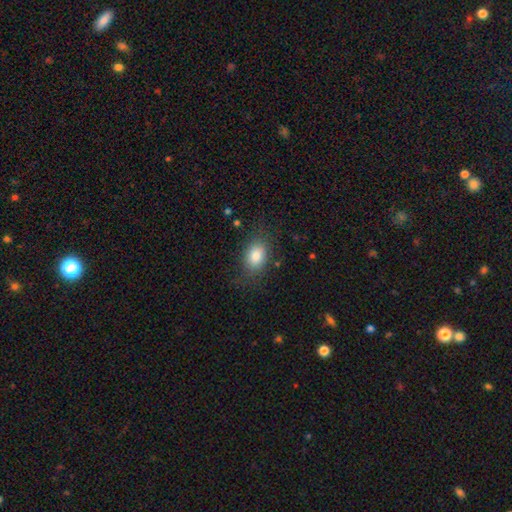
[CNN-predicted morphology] smooth_or_featured: smooth (p=0.83) [alt: featured or disk p=0.09]
how_rounded: in between (p=0.81) [alt: round p=0.18]
merging: none (p=0.75) [alt: minor disturbance p=0.17]